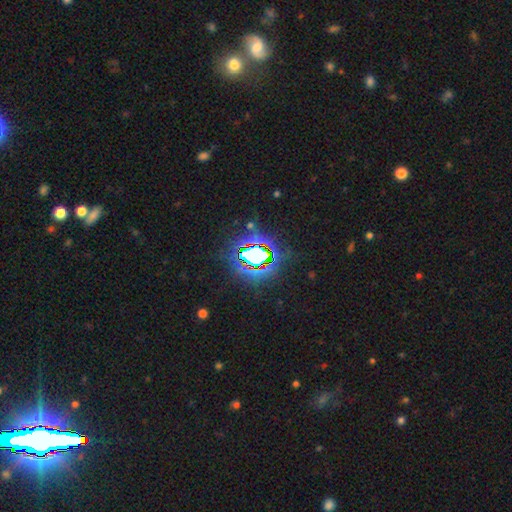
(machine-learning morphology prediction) A star or artifact, not a galaxy (74%).